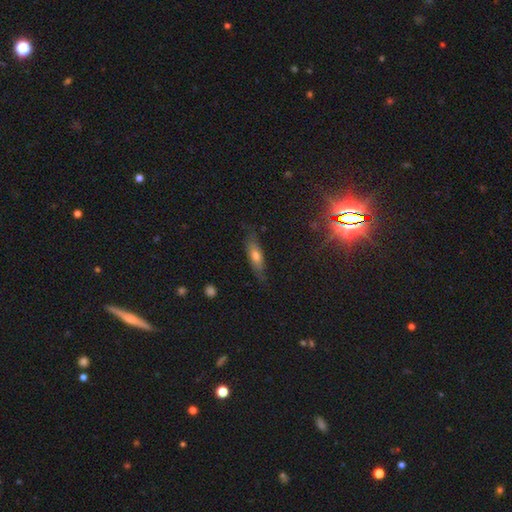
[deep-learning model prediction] This appears to be a smooth galaxy with no disk features (53%) that is cigar-shaped (54%). Merging: none (76%).